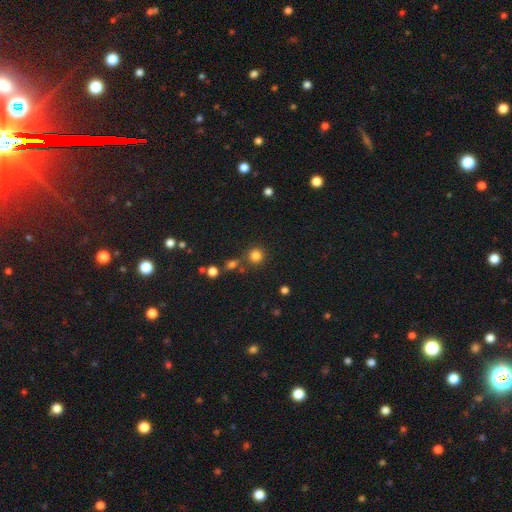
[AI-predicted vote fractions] smooth 80%, star or artifact 15%, featured or disk 6%. Down the decision tree: how rounded — round (92%); merging — none (77%).